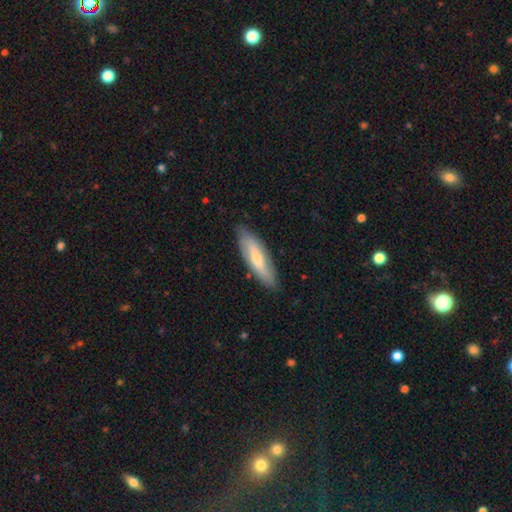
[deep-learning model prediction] Smooth or featured: smooth — 52% (featured or disk — 42%)
How rounded: cigar-shaped — 60% (in between — 38%)
Merging: none — 85% (minor disturbance — 12%)